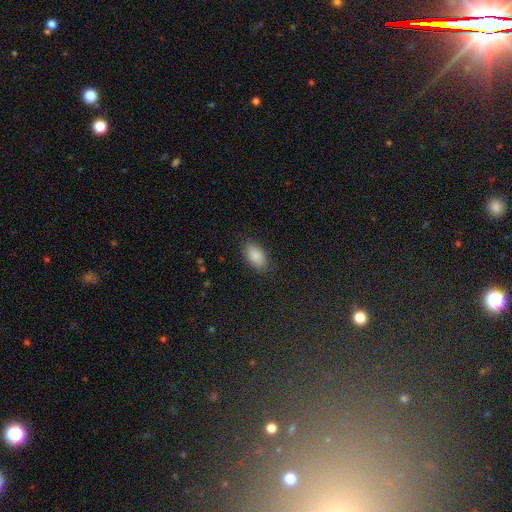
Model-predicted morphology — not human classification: Q: Smooth or featured?
A: smooth (88%); runner-up: star or artifact (7%)
Q: How rounded?
A: in between (93%); runner-up: round (4%)
Q: Merging?
A: none (86%); runner-up: minor disturbance (10%)